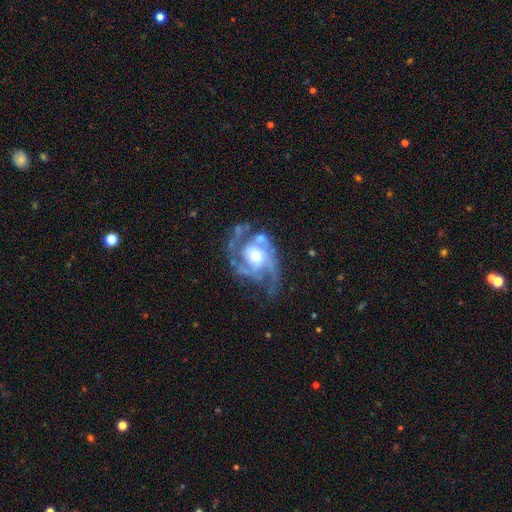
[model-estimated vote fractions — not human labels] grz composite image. It shows a featured or disk galaxy (88%) with no bar (65%), 2 (45%) medium (48%) spiral arms (94%) and a moderate central bulge (58%). Merging: none (55%).